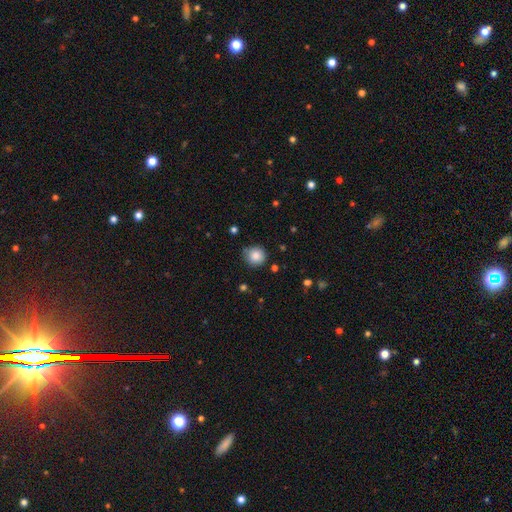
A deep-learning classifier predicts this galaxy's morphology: This is clearly a smooth galaxy (85%). How rounded: clearly round (92%). Merging: likely none (79%).